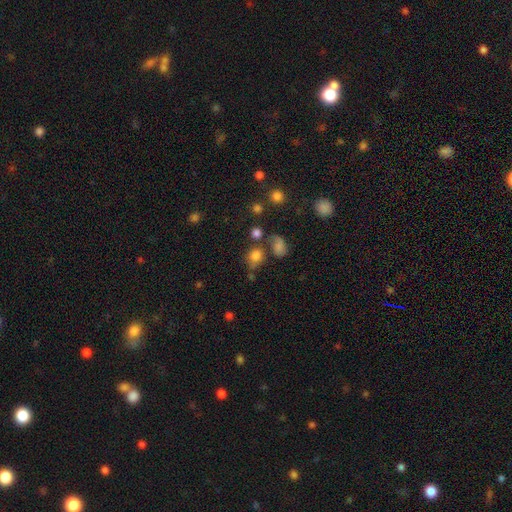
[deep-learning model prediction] Morphology: type=smooth (77%); roundness=round (73%); merging=none (57%).